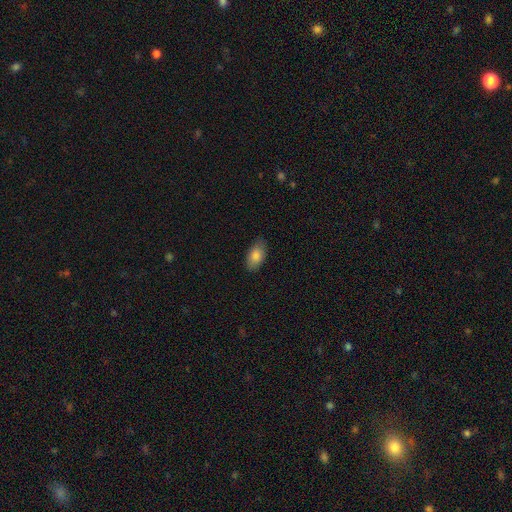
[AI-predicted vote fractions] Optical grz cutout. It shows a smooth galaxy with no disk features (83%) that is in between round and cigar-shaped (93%). Merging: none (84%).